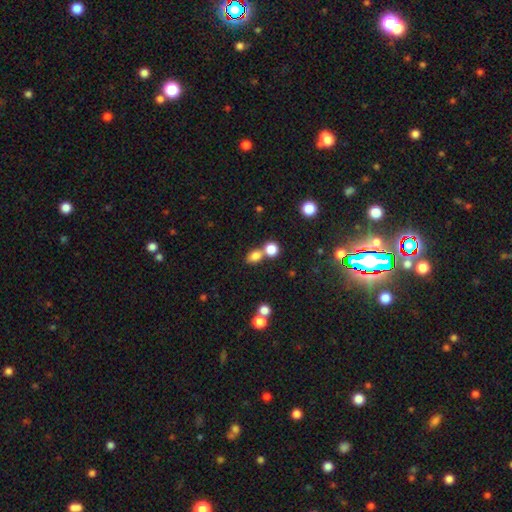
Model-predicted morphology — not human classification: type=smooth (79%); roundness=in between (55%); merging=none (52%).